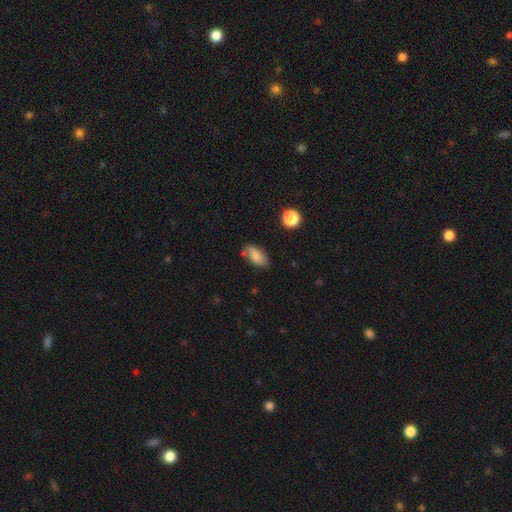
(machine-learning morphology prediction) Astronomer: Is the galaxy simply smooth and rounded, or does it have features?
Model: smooth — 79%.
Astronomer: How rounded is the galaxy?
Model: in between — 90%.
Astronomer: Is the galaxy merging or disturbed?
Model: none — 65%.